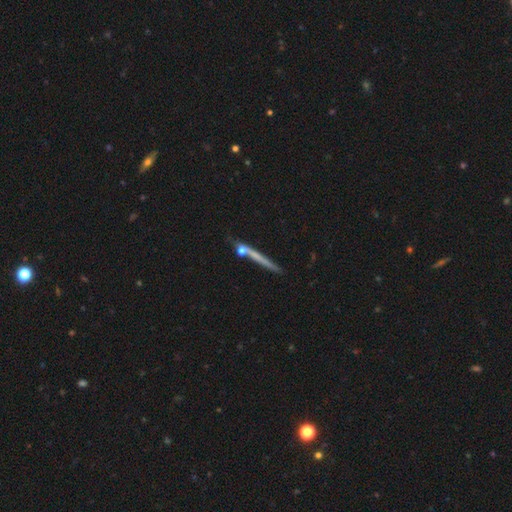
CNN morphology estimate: smooth-or-featured: featured or disk: 46% | smooth: 45% | star or artifact: 9%
  merging: none: 74% | minor disturbance: 11% | merger: 11% | major disturbance: 4%